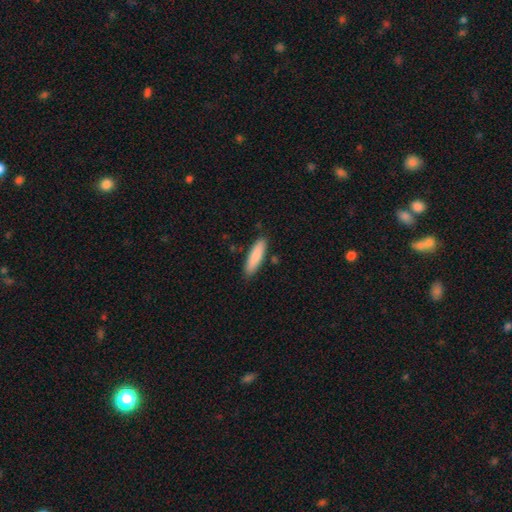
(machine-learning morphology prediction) Smooth or featured: smooth — 85% (featured or disk — 9%)
How rounded: cigar-shaped — 66% (in between — 33%)
Merging: none — 85% (minor disturbance — 11%)